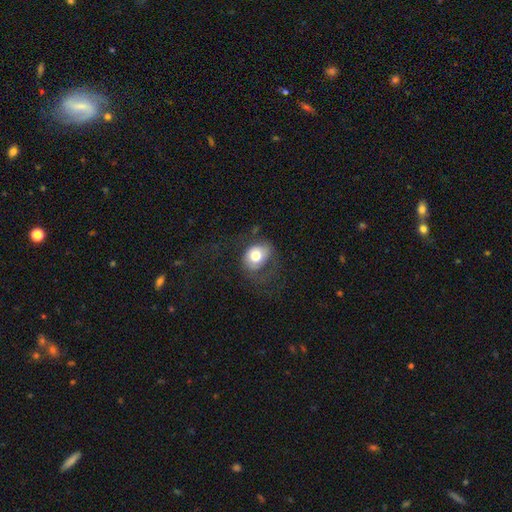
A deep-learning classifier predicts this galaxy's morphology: Smooth or featured?
  - smooth: 68% *
  - featured or disk: 24%
  - star or artifact: 8%
How rounded?
  - in between: 52% *
  - round: 47%
  - cigar-shaped: 1%
Merging?
  - none: 47% *
  - major disturbance: 27%
  - minor disturbance: 23%
  - merger: 2%